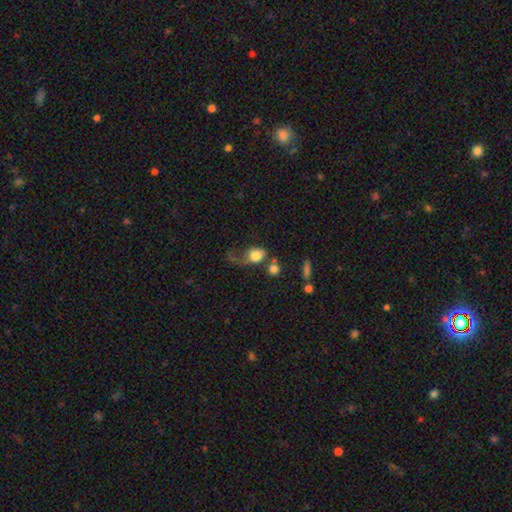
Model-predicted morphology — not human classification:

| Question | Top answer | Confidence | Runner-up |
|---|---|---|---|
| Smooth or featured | smooth | 74% | featured or disk (17%) |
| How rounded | round | 56% | in between (43%) |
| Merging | major disturbance | 43% | none (24%) |